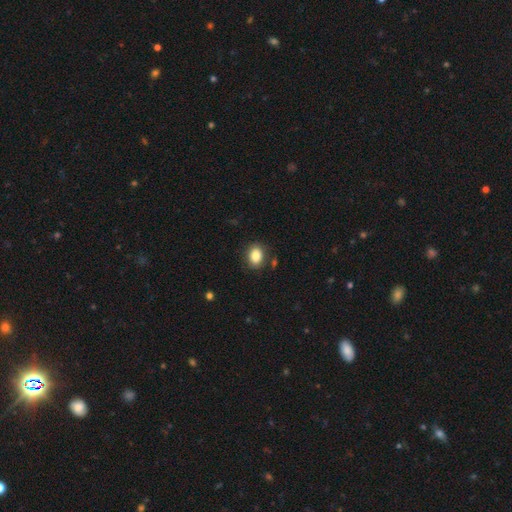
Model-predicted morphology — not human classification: This appears to be a smooth galaxy with no disk features (85%) that is in between round and cigar-shaped (67%). Merging: none (83%).